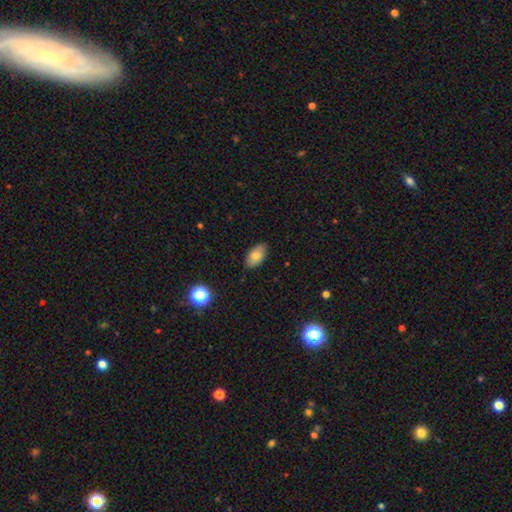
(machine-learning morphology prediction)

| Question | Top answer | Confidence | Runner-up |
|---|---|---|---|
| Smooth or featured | smooth | 79% | featured or disk (13%) |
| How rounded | in between | 93% | round (5%) |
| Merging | none | 85% | minor disturbance (12%) |